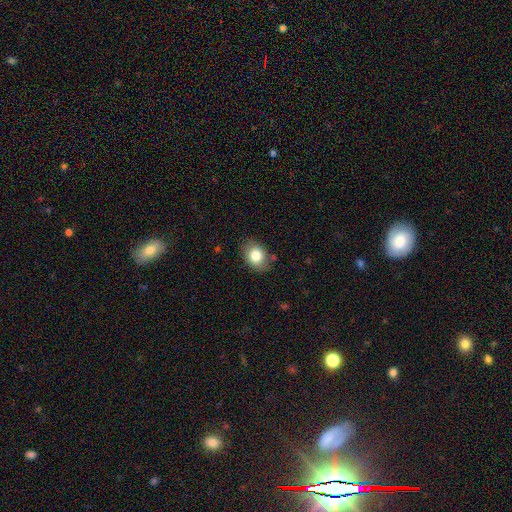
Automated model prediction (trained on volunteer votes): This is clearly a smooth galaxy (81%). How rounded: likely in between (67%). Merging: clearly none (81%).